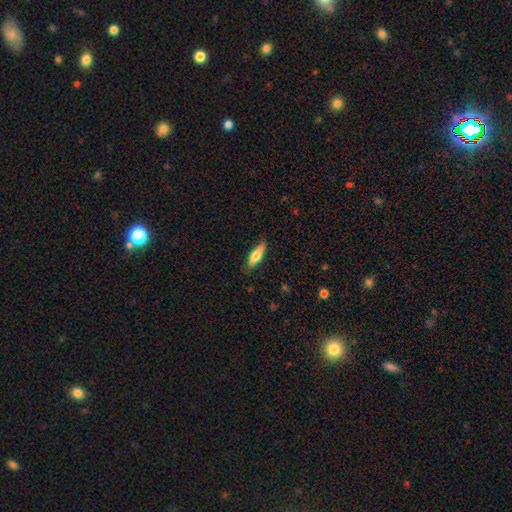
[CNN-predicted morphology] The model was most divided on "how rounded": cigar-shaped: 53%, in between: 45%, round: 2%. More confident: merging — none (85%); smooth or featured — smooth (67%).